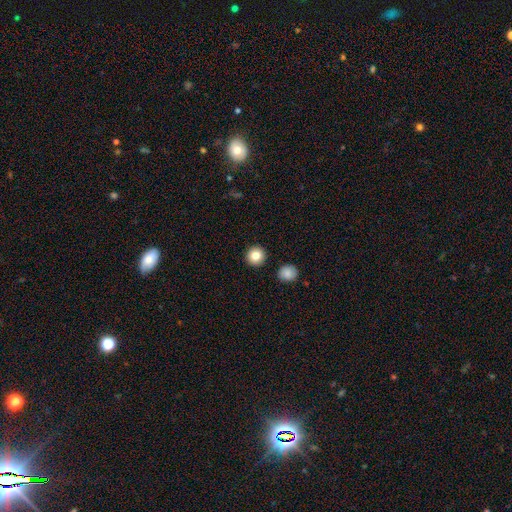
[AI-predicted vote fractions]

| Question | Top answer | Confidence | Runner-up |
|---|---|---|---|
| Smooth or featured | smooth | 85% | star or artifact (9%) |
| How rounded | round | 94% | in between (5%) |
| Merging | none | 91% | minor disturbance (5%) |